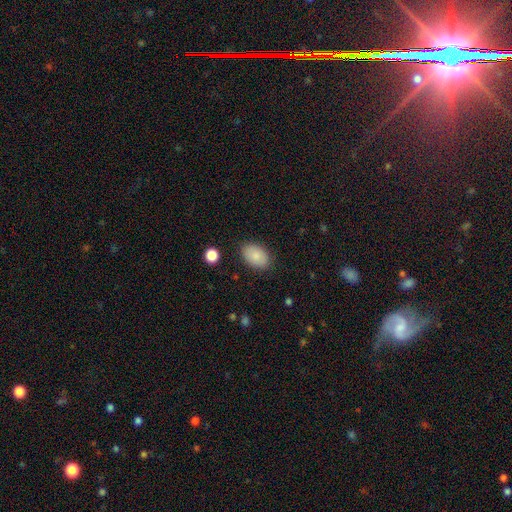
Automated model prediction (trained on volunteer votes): Overall: smooth (87%). How rounded: in between (90%). Merging: none (85%).